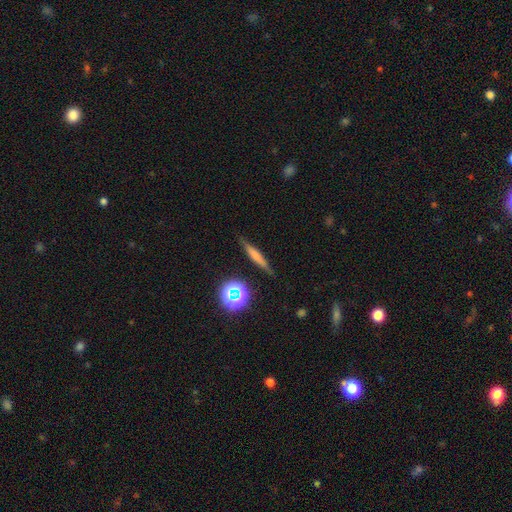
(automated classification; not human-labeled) A smooth galaxy with no disk features (54%) that is cigar-shaped (87%).

Vote fractions:
- Smooth or featured? smooth: 54% / featured or disk: 33% / star or artifact: 13%
- How rounded? cigar-shaped: 87% / in between: 8% / round: 5%
- Merging? none: 83% / minor disturbance: 12% / major disturbance: 3% / merger: 2%